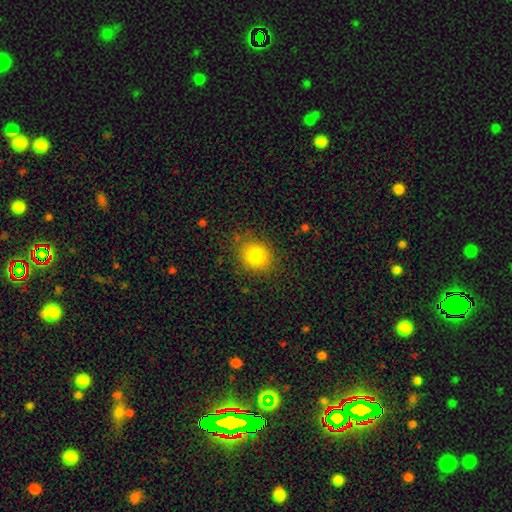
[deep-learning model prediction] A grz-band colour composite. It shows a smooth galaxy with no disk features (81%) that is round (70%). Merging: none (82%).